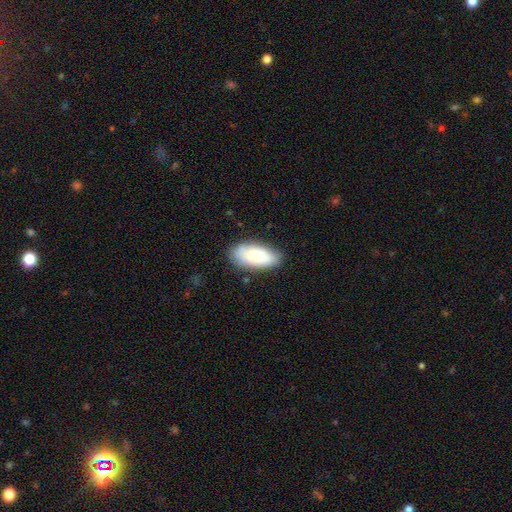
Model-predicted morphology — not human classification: smooth 76%, featured or disk 17%, star or artifact 6%. Down the decision tree: how rounded — in between (91%); merging — none (81%).